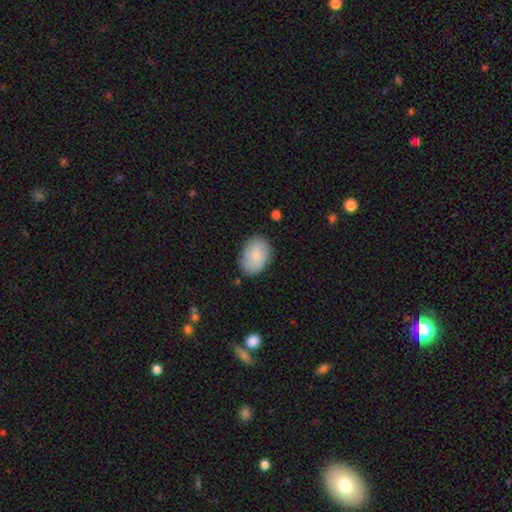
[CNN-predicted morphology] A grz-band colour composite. It shows a smooth galaxy with no disk features (69%) that is in between round and cigar-shaped (76%). Merging: none (79%).